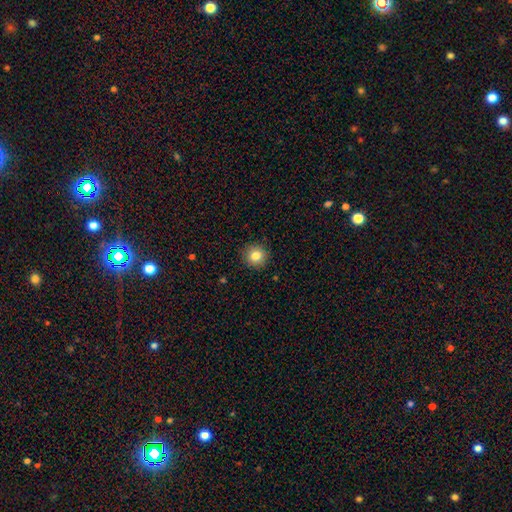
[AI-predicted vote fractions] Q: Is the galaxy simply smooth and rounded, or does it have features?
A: smooth — 83%.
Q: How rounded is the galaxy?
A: round — 93%.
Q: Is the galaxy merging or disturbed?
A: none — 91%.